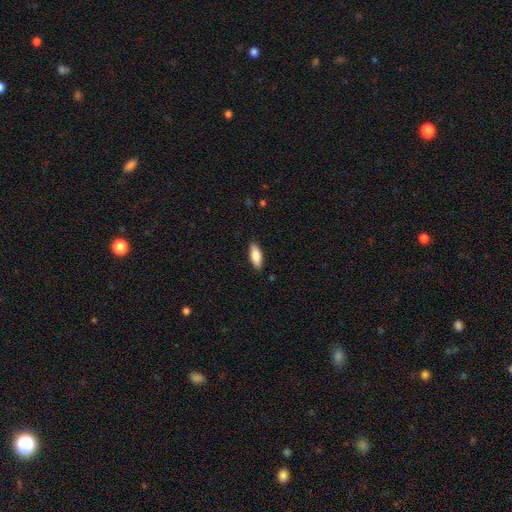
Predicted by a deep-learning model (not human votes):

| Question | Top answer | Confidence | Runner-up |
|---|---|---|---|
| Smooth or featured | smooth | 85% | featured or disk (9%) |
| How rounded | in between | 77% | cigar-shaped (21%) |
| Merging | none | 87% | minor disturbance (10%) |